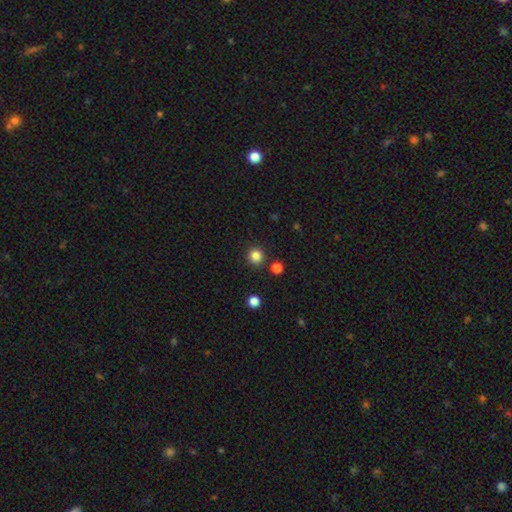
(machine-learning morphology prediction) A smooth galaxy with no disk features (83%) that is round (94%). Merging: none (88%).